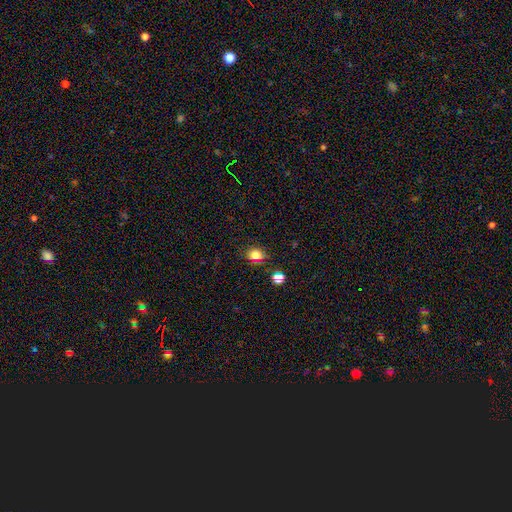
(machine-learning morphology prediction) smooth 76%, star or artifact 18%, featured or disk 6%. Down the decision tree: how rounded — round (73%); merging — none (84%).